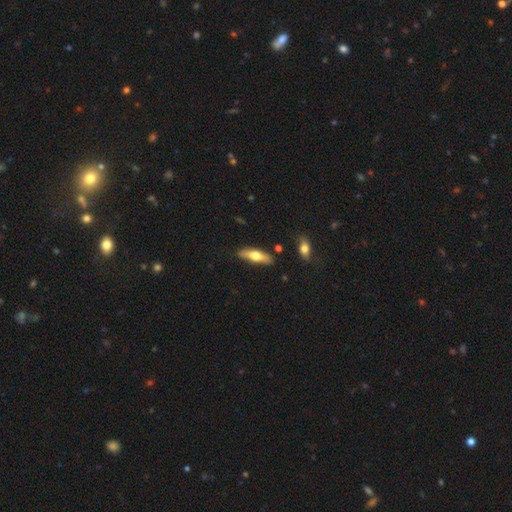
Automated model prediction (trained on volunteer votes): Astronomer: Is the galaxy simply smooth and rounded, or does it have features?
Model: smooth — 54% (runner-up: featured or disk, 40%).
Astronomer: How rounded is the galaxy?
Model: cigar-shaped — 55% (runner-up: in between, 42%).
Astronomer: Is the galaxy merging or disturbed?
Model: none — 83%.